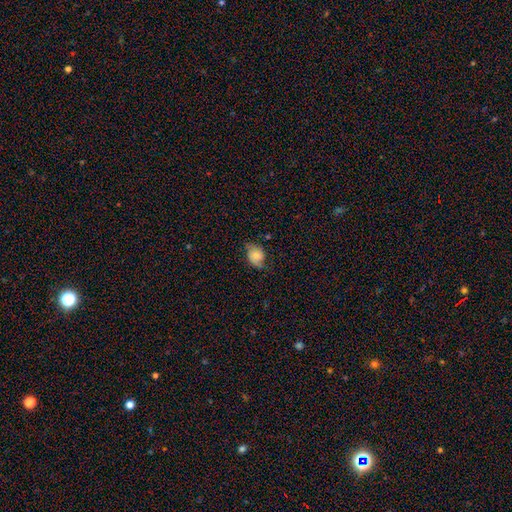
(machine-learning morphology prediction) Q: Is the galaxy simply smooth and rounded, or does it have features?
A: smooth — 62%.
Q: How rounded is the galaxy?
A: in between — 60%.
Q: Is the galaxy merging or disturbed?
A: none — 59%.